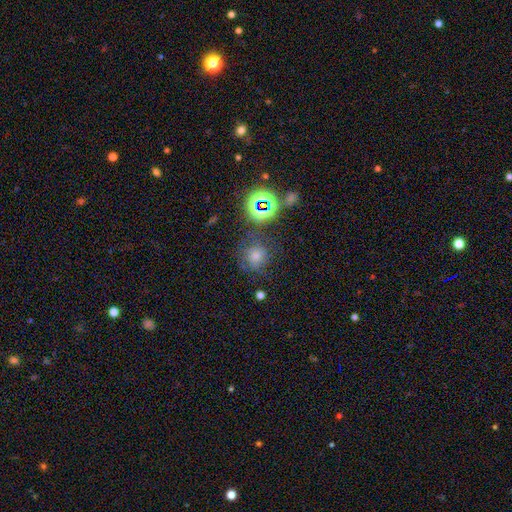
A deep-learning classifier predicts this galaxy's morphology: Smooth or featured?
  - smooth: 43% *
  - star or artifact: 40%
  - featured or disk: 17%
Merging?
  - none: 71% *
  - minor disturbance: 15%
  - major disturbance: 8%
  - merger: 6%